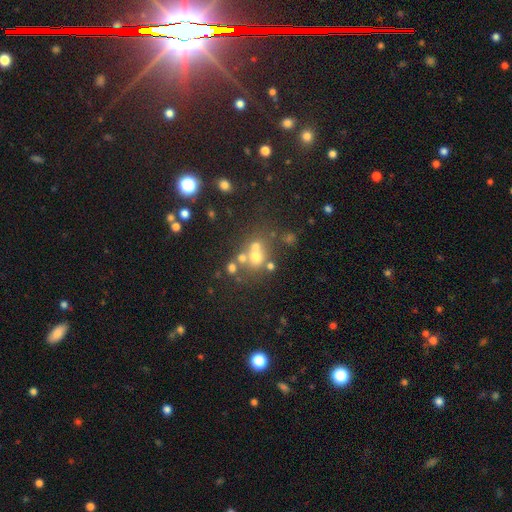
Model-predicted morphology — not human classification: Overall: smooth (50%; star or artifact 27%). Merging: none (45%; merger 39%).